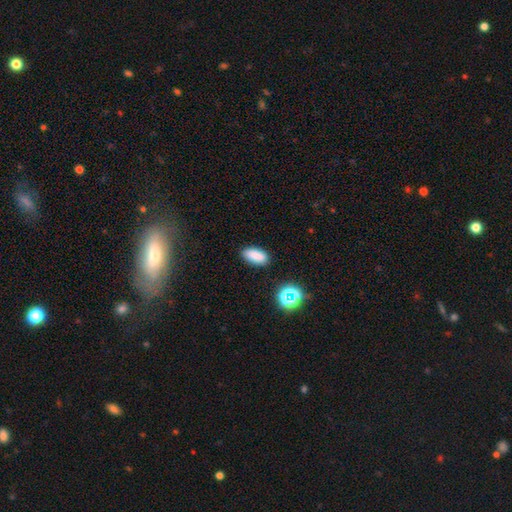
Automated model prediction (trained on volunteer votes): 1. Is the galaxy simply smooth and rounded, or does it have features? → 85% smooth, 11% star or artifact, 4% featured or disk.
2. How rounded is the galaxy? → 89% in between, 7% cigar-shaped, 4% round.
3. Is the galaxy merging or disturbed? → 87% none, 8% minor disturbance, 2% major disturbance, 2% merger.